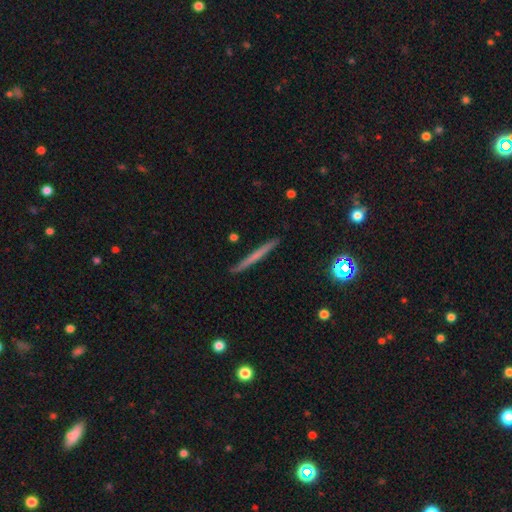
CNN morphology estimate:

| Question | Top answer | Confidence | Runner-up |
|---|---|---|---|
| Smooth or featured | smooth | 49% | featured or disk (44%) |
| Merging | none | 91% | minor disturbance (6%) |